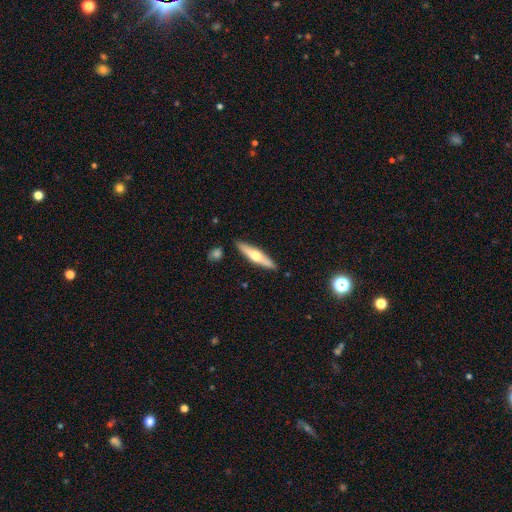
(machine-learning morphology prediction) Smooth or featured? Predicted: featured or disk (p=0.52). Edge-on disk? Predicted: yes (p=0.92). Merging? Predicted: none (p=0.88).